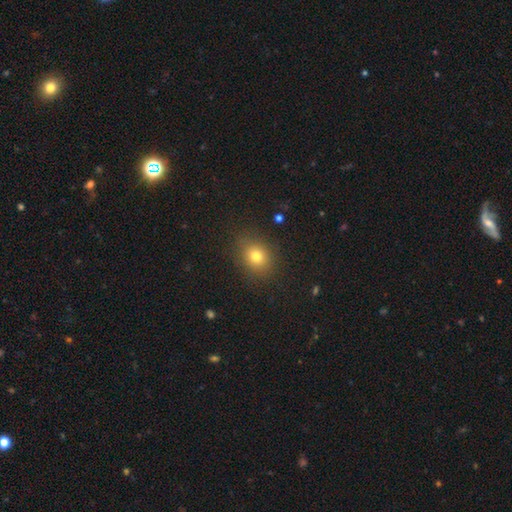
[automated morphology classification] A smooth galaxy with no disk features (77%) that is round (67%).

Vote fractions:
- Smooth or featured? smooth: 77% / star or artifact: 14% / featured or disk: 9%
- How rounded? round: 67% / in between: 32% / cigar-shaped: 1%
- Merging? none: 86% / minor disturbance: 9% / major disturbance: 3% / merger: 1%